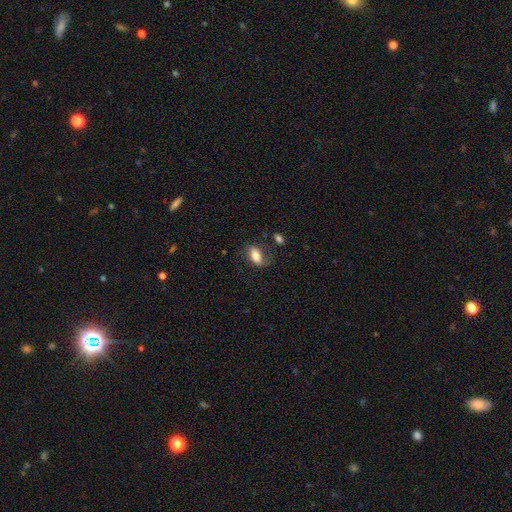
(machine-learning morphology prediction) type=smooth (79%); roundness=in between (87%); merging=none (66%).